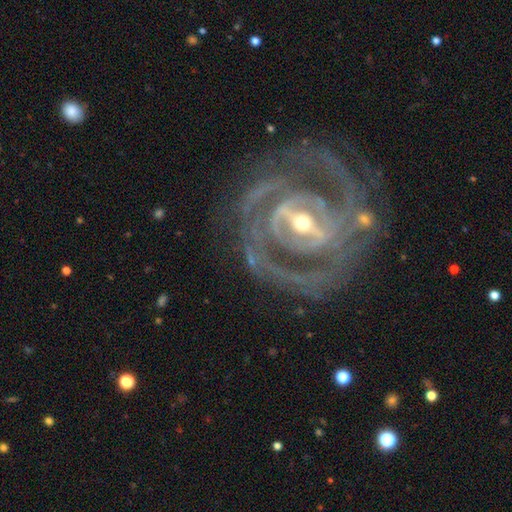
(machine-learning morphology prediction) smooth_or_featured: featured or disk (p=0.91) [alt: star or artifact p=0.05]
disk_edge_on: no (p=0.96) [alt: yes p=0.04]
bar: strong (p=0.62) [alt: weak p=0.28]
has_spiral_arms: yes (p=0.94) [alt: no p=0.06]
spiral_winding: tight (p=0.64) [alt: medium p=0.30]
spiral_arm_count: 2 (p=0.37) [alt: 3 p=0.21]
bulge_size: moderate (p=0.48) [alt: small p=0.47]
merging: none (p=0.69) [alt: minor disturbance p=0.16]